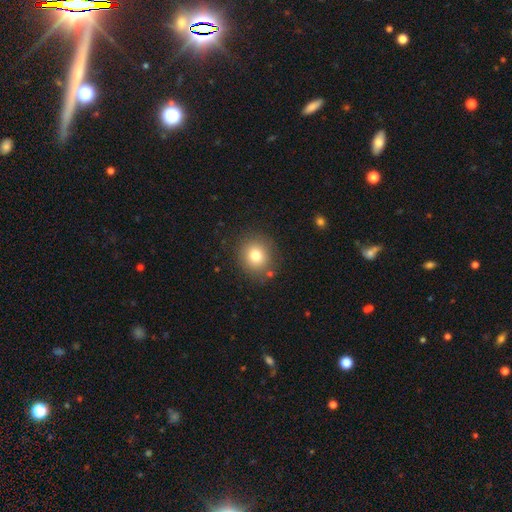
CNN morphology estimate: The model was most divided on "smooth or featured": smooth: 78%, star or artifact: 12%, featured or disk: 11%. More confident: merging — none (85%); how rounded — round (84%).